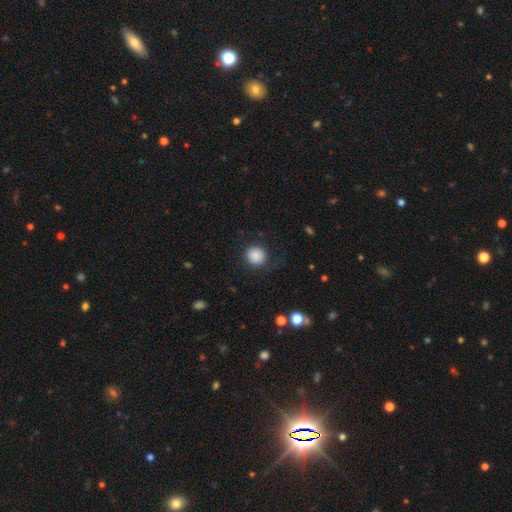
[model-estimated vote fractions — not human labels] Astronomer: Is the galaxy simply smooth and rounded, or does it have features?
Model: smooth — 86%.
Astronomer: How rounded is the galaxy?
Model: round — 91%.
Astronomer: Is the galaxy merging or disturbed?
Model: none — 83%.